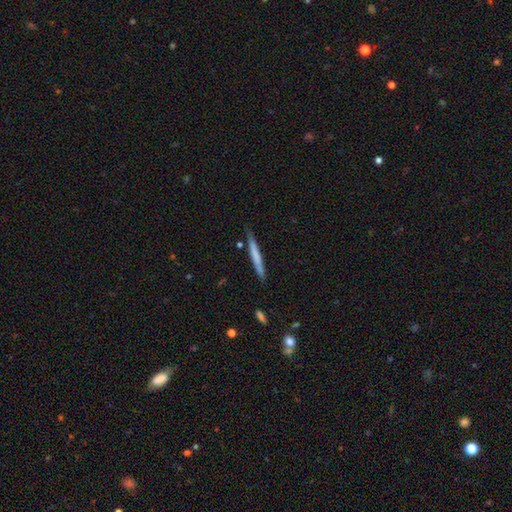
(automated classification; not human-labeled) Smooth or featured? smooth (62%)
How rounded? cigar-shaped (96%)
Merging? none (83%)